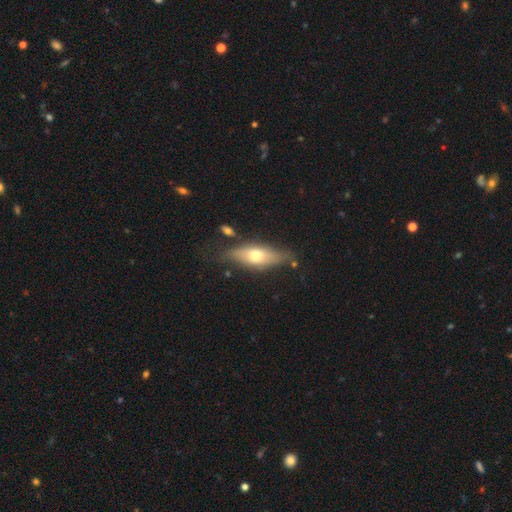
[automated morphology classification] type=smooth (50%); roundness=in between (61%); merging=none (71%).